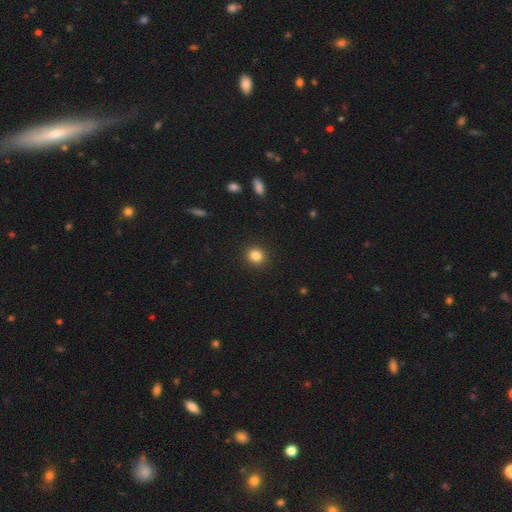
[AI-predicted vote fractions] Q: Smooth or featured?
A: smooth (84%); runner-up: star or artifact (11%)
Q: How rounded?
A: round (82%); runner-up: in between (17%)
Q: Merging?
A: none (92%); runner-up: minor disturbance (5%)